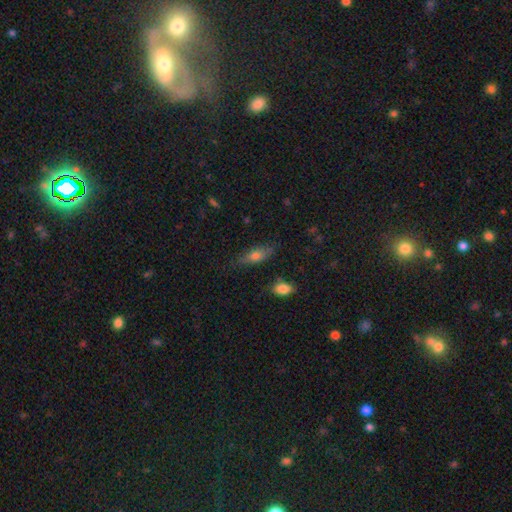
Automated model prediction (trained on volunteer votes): Overall: smooth (69%). How rounded: in between (67%; cigar-shaped 30%). Merging: none (75%).